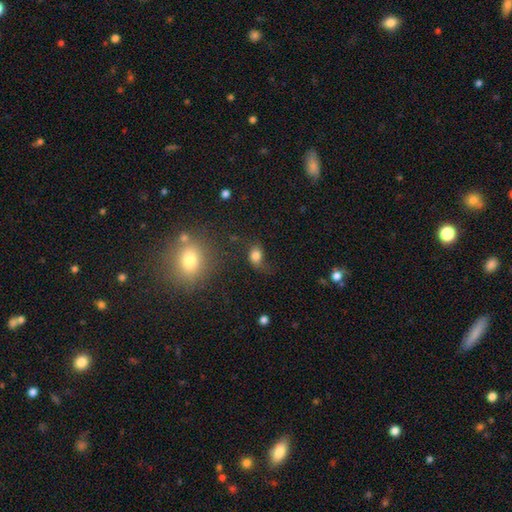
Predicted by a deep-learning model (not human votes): This appears to be a smooth galaxy with no disk features (77%) that is in between round and cigar-shaped (65%). Merging: none (47%).